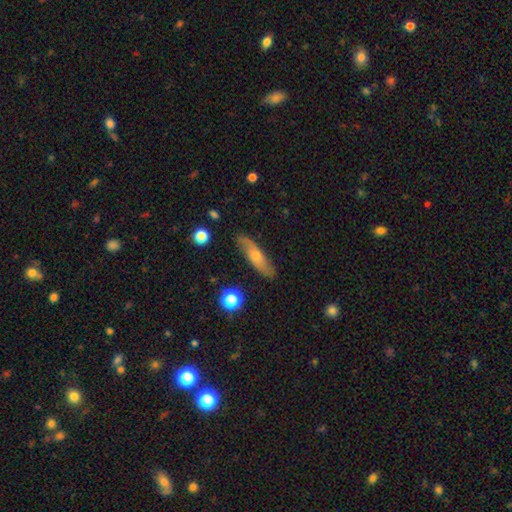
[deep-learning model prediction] smooth_or_featured: featured or disk (p=0.47) [alt: smooth p=0.46]
merging: none (p=0.82) [alt: minor disturbance p=0.14]